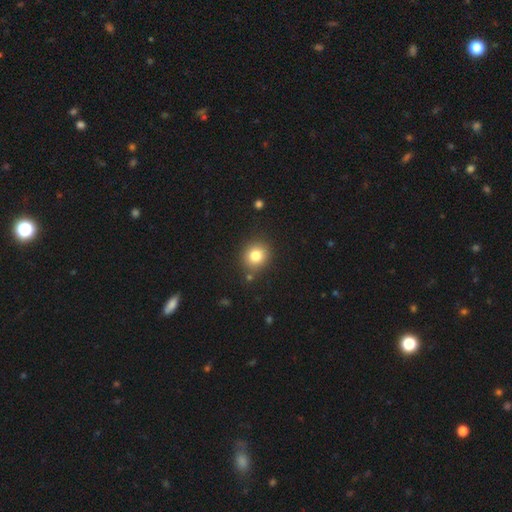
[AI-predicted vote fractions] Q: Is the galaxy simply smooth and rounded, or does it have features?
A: smooth — 80%.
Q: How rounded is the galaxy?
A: round — 83%.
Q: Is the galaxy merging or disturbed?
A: none — 85%.